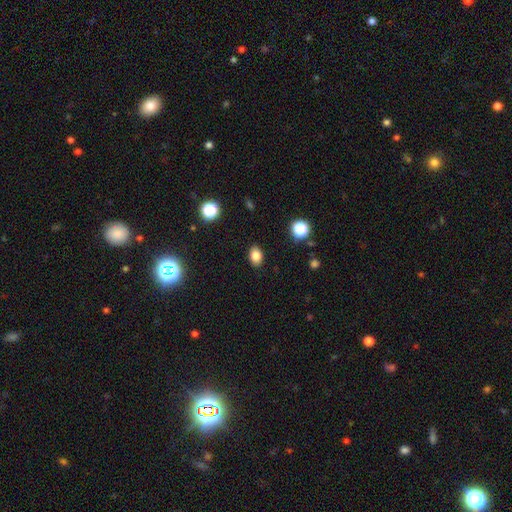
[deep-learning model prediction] Smooth or featured? smooth (82%)
How rounded? in between (78%)
Merging? none (88%)